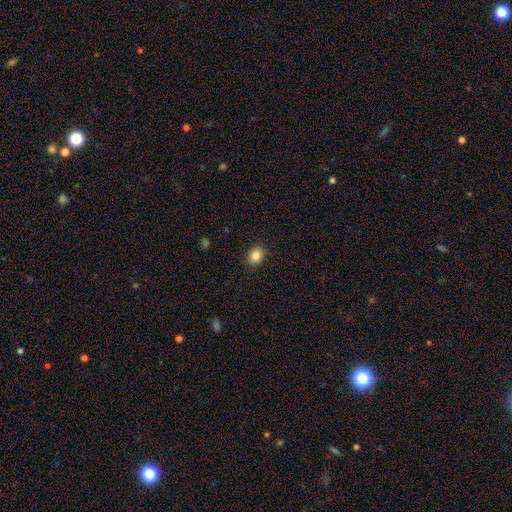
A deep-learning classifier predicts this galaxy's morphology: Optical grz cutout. It shows a smooth galaxy with no disk features (85%) that is round (60%). Merging: none (89%).